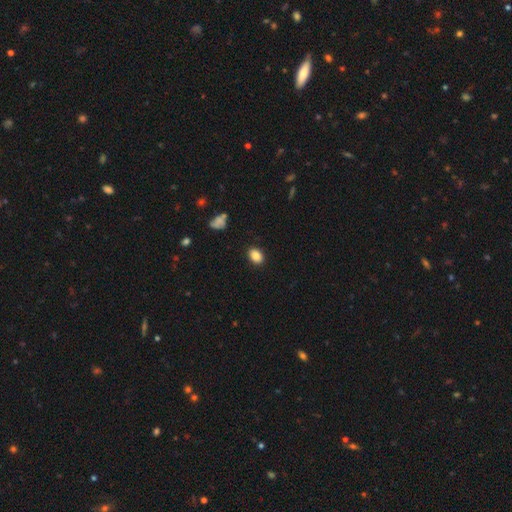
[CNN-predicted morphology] smooth 86%, star or artifact 9%, featured or disk 5%. Down the decision tree: how rounded — in between (70%); merging — none (88%).